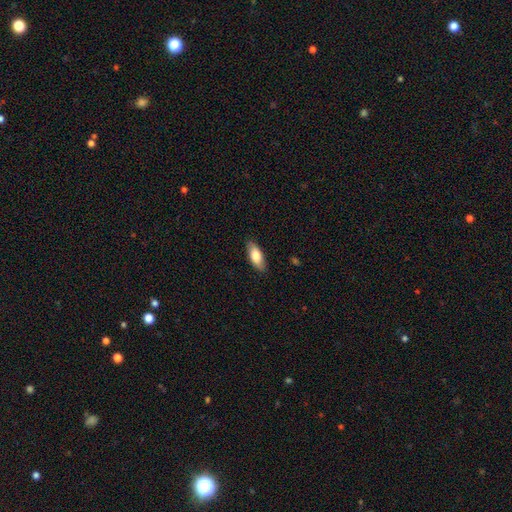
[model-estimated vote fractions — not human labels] Q: Smooth or featured?
A: smooth (77%); runner-up: featured or disk (18%)
Q: How rounded?
A: in between (78%); runner-up: cigar-shaped (20%)
Q: Merging?
A: none (86%); runner-up: minor disturbance (11%)